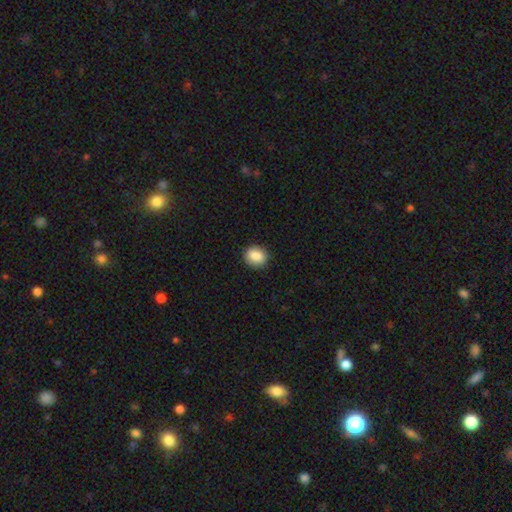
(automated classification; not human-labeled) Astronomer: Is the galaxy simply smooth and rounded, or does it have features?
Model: smooth — 88%.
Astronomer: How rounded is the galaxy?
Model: round — 63%.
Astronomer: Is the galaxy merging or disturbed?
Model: none — 88%.